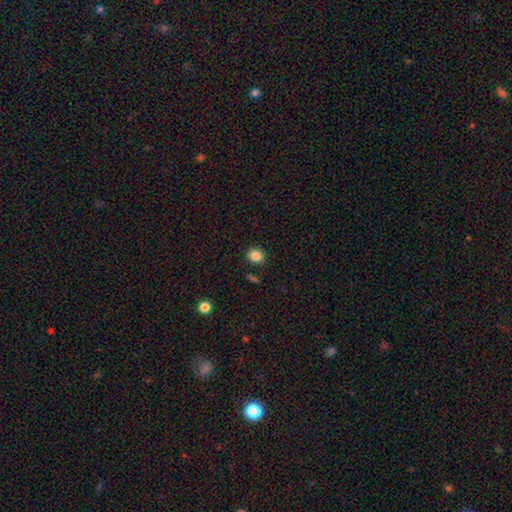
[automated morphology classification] smooth-or-featured: smooth: 84% | star or artifact: 11% | featured or disk: 5%
  how-rounded: round: 82% | in between: 18% | cigar-shaped: 1%
  merging: none: 87% | minor disturbance: 8% | merger: 3% | major disturbance: 2%